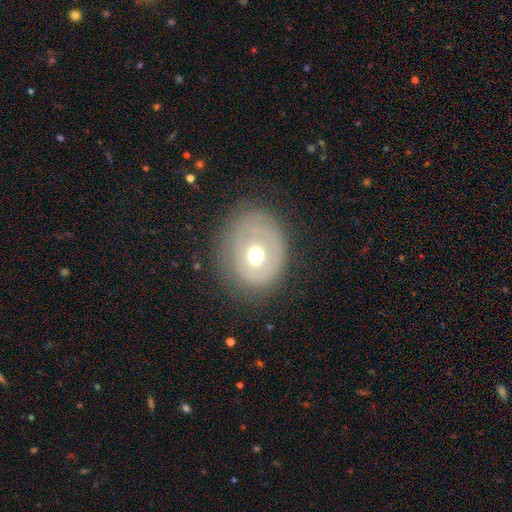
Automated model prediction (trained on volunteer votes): The model was most divided on "smooth or featured" (2-way tie): smooth: 45%, featured or disk: 45%, star or artifact: 9%. More confident: merging — none (69%).